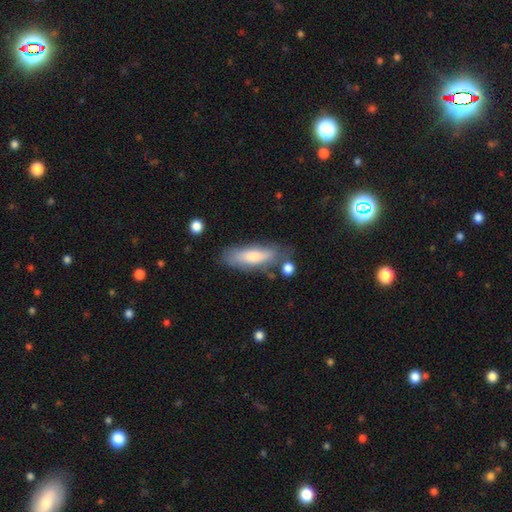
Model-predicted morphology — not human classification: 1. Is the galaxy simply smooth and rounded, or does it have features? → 73% smooth, 21% featured or disk, 6% star or artifact.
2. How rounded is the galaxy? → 52% in between, 46% cigar-shaped, 2% round.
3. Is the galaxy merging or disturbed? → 67% none, 19% minor disturbance, 8% merger, 6% major disturbance.